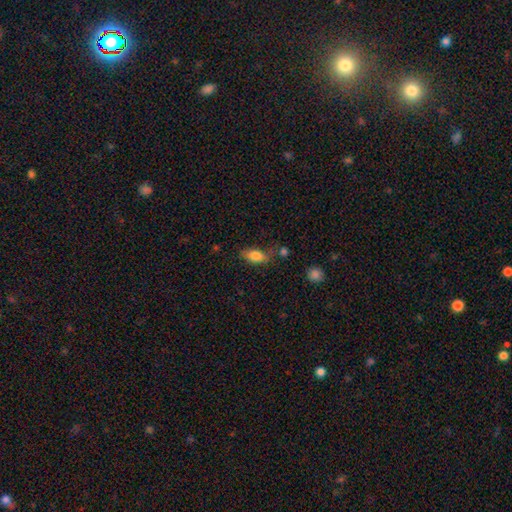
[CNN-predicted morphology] Smooth or featured? smooth (80%)
How rounded? in between (85%)
Merging? none (62%)